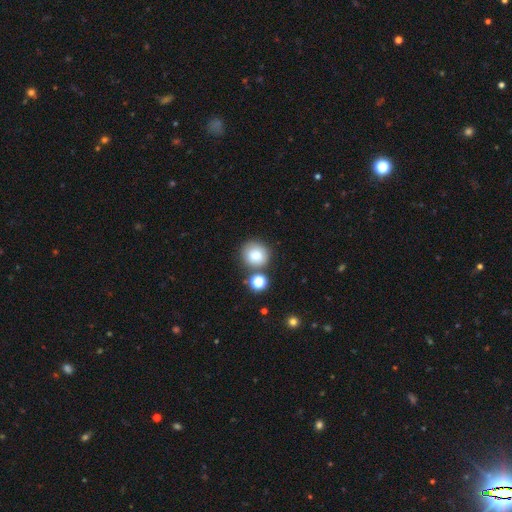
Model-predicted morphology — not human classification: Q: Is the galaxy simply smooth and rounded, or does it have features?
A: smooth — 80%.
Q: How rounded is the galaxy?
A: round — 87%.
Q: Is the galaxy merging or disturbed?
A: none — 70%.